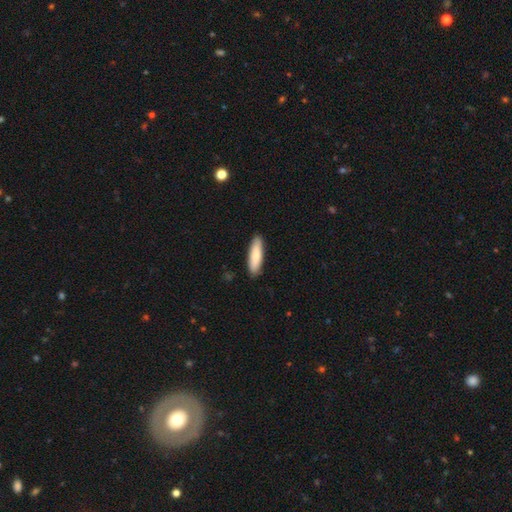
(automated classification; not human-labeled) Morphology: type=smooth (84%); roundness=cigar-shaped (66%); merging=none (89%).